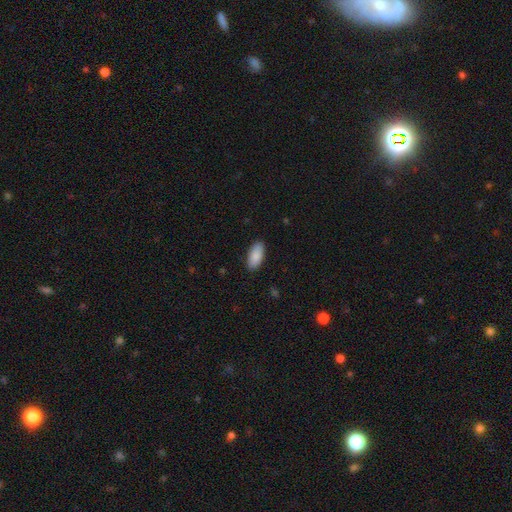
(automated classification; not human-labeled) The model was most divided on "merging": none: 88%, minor disturbance: 9%, major disturbance: 2%, merger: 1%. More confident: smooth or featured — smooth (89%); how rounded — in between (89%).